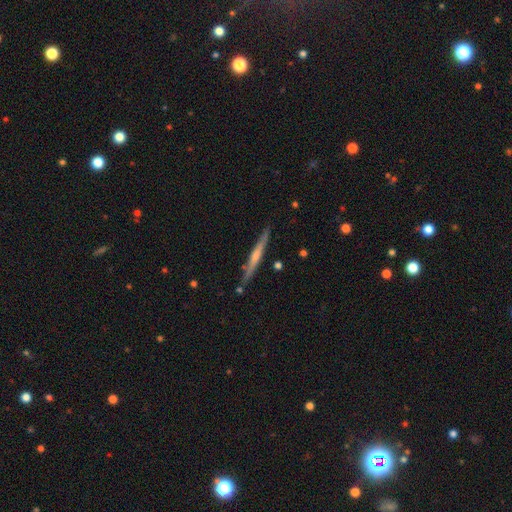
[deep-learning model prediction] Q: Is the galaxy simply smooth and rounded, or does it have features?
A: featured or disk — 68%.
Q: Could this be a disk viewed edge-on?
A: yes — 96%.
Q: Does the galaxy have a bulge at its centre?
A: rounded — 69%.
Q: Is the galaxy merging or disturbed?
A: none — 87%.